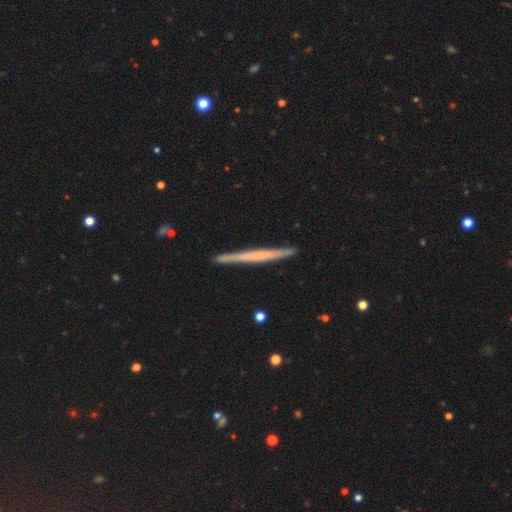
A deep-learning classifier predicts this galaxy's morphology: Smooth or featured: featured or disk — 53% (smooth — 41%)
Edge-on disk: yes — 97% (no — 3%)
Edge-on bulge: none — 85% (rounded — 9%)
Merging: none — 90% (minor disturbance — 7%)